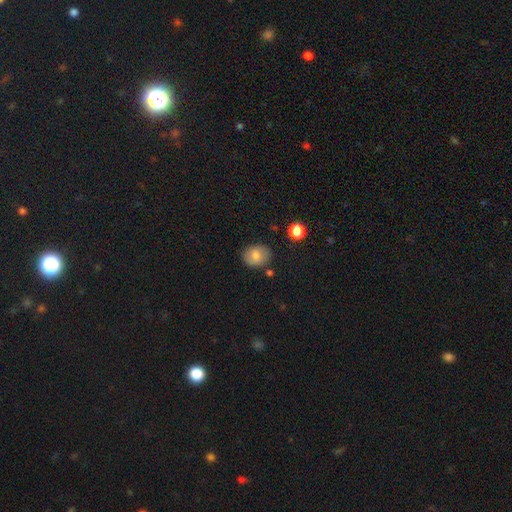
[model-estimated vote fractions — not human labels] smooth-or-featured: smooth: 79% | featured or disk: 12% | star or artifact: 9%
  how-rounded: round: 50% | in between: 49% | cigar-shaped: 1%
  merging: none: 79% | minor disturbance: 14% | major disturbance: 3% | merger: 3%